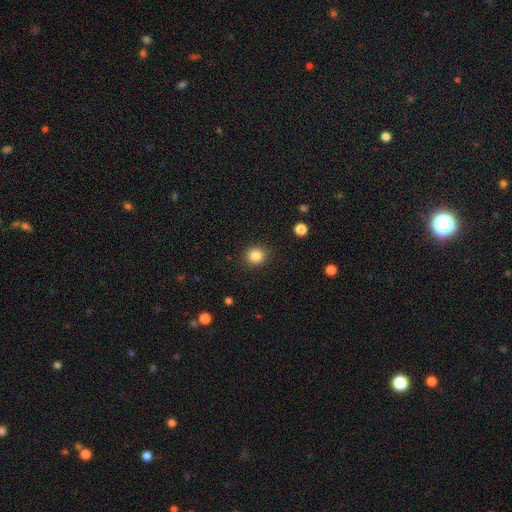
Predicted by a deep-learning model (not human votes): Morphology: type=smooth (85%); roundness=round (86%); merging=none (90%).